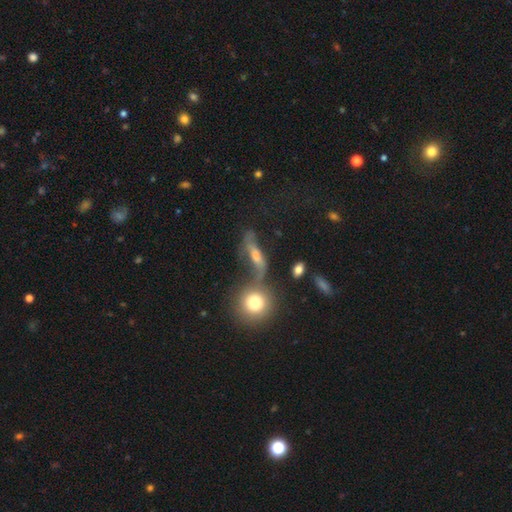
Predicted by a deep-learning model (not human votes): featured or disk 50%, smooth 34%, star or artifact 16%. Down the decision tree: merging — none (43%).